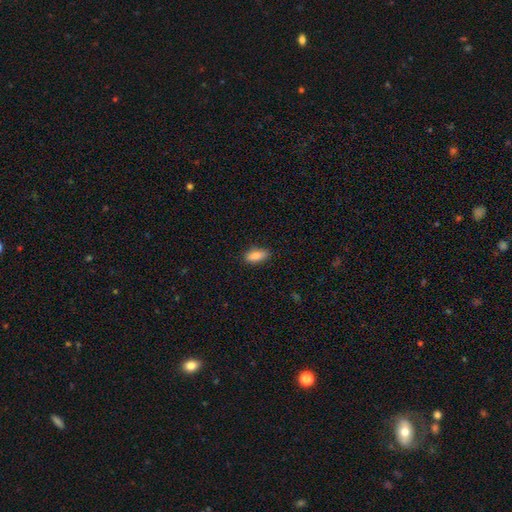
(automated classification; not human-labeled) Smooth or featured? Predicted: smooth (p=0.84). How rounded? Predicted: in between (p=0.82). Merging? Predicted: none (p=0.85).